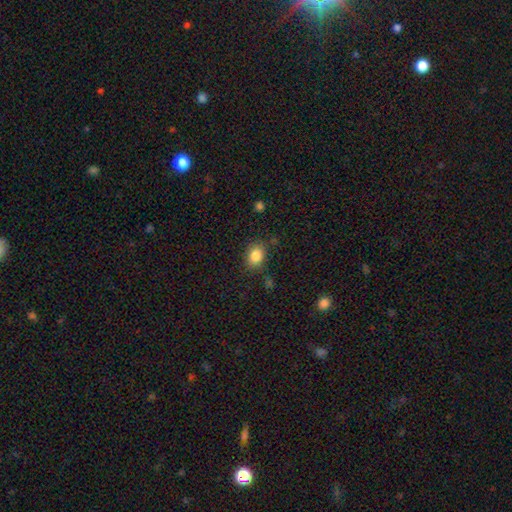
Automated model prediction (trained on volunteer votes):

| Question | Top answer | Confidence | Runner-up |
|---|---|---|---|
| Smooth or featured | smooth | 84% | star or artifact (10%) |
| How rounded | in between | 58% | round (41%) |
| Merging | none | 78% | minor disturbance (15%) |